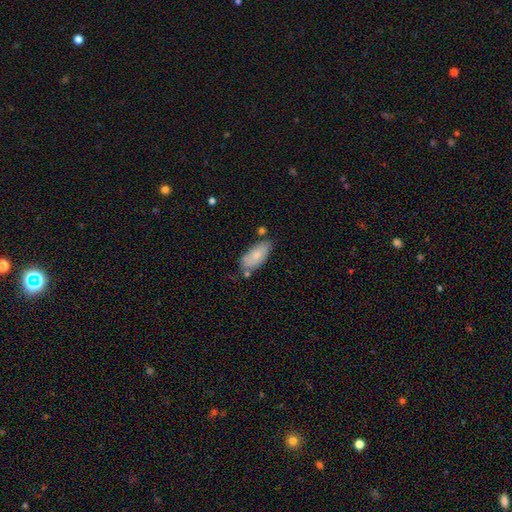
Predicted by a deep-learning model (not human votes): Q: Smooth or featured?
A: smooth (73%); runner-up: featured or disk (21%)
Q: How rounded?
A: in between (91%); runner-up: cigar-shaped (7%)
Q: Merging?
A: none (60%); runner-up: minor disturbance (26%)